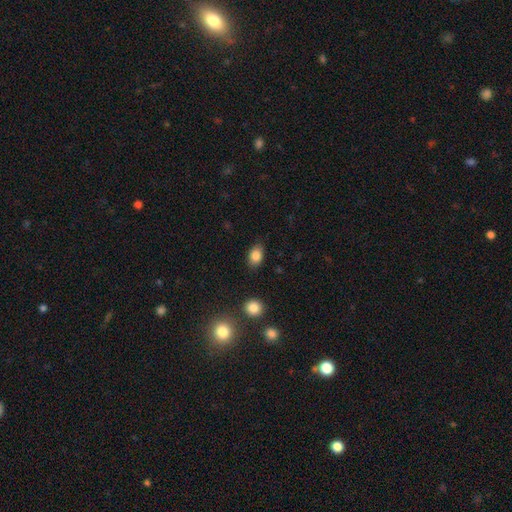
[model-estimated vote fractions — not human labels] Smooth or featured: smooth — 85% (star or artifact — 9%)
How rounded: in between — 81% (round — 18%)
Merging: none — 84% (minor disturbance — 12%)